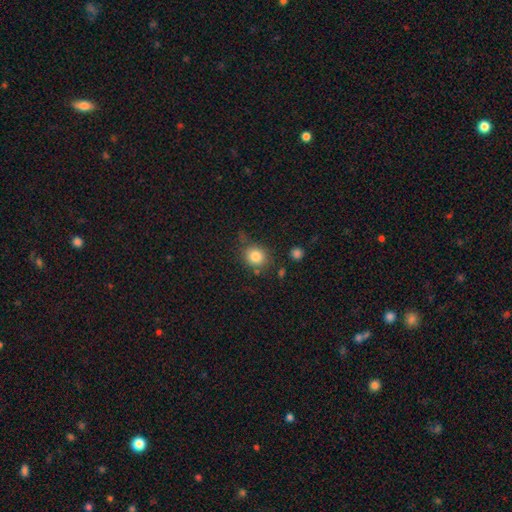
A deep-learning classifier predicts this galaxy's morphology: Smooth or featured: smooth — 83% (star or artifact — 10%)
How rounded: round — 78% (in between — 21%)
Merging: none — 72% (minor disturbance — 17%)